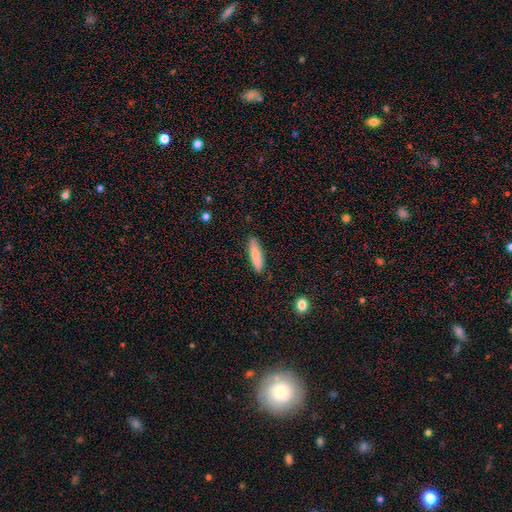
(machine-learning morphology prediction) smooth-or-featured: smooth: 78% | featured or disk: 16% | star or artifact: 6%
  how-rounded: cigar-shaped: 72% | in between: 26% | round: 2%
  merging: none: 88% | minor disturbance: 9% | major disturbance: 2% | merger: 1%